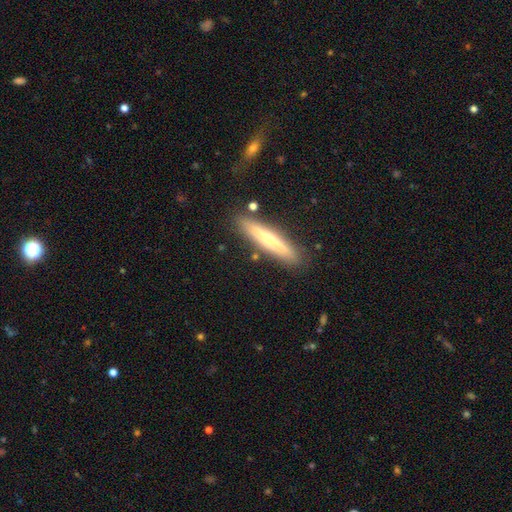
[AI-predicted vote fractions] This is possibly a smooth galaxy (55%). How rounded: clearly cigar-shaped (90%). Merging: clearly none (86%).